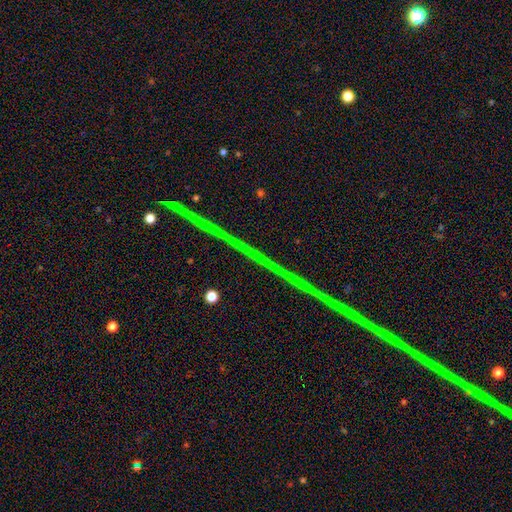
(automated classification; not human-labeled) Smooth or featured? star or artifact (76%)